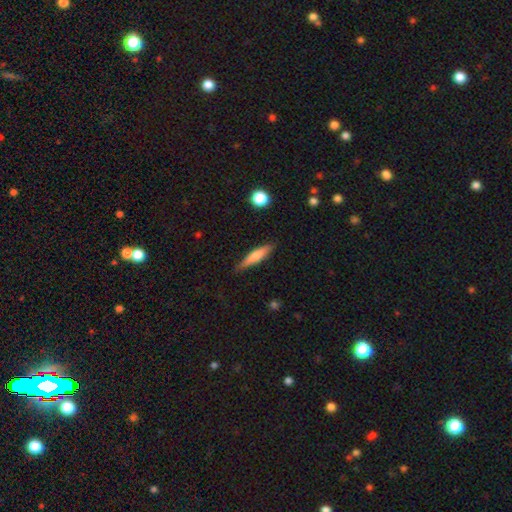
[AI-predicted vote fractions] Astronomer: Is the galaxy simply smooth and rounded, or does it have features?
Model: smooth — 66%.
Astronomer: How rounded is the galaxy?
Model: cigar-shaped — 82%.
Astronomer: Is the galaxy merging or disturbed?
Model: none — 82%.